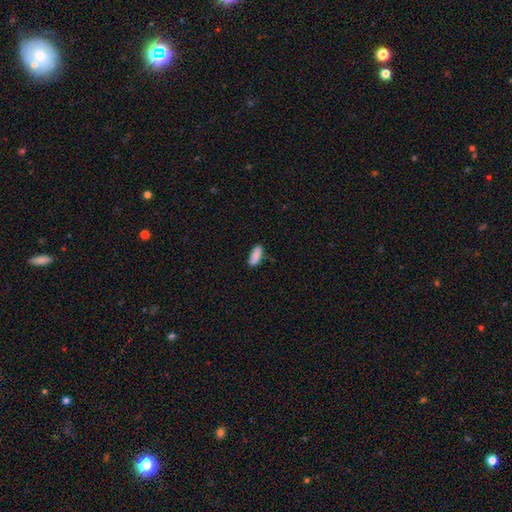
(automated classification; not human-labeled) This appears to be a smooth galaxy with no disk features (88%) that is in between round and cigar-shaped (72%). Merging: none (81%).